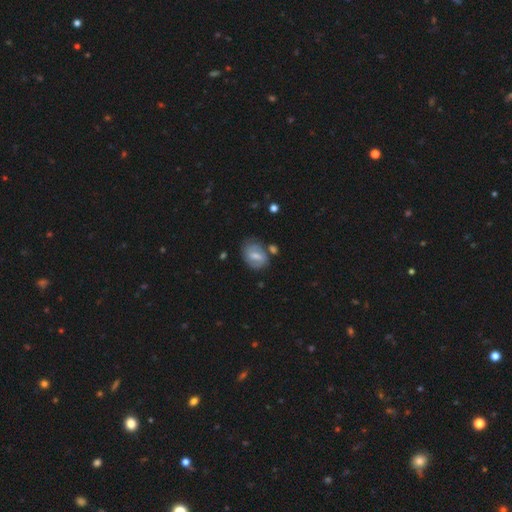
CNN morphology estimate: Smooth or featured?
  - featured or disk: 52% *
  - smooth: 41%
  - star or artifact: 8%
Edge-on disk?
  - no: 96% *
  - yes: 4%
Merging?
  - none: 62% *
  - minor disturbance: 22%
  - merger: 8%
  - major disturbance: 8%